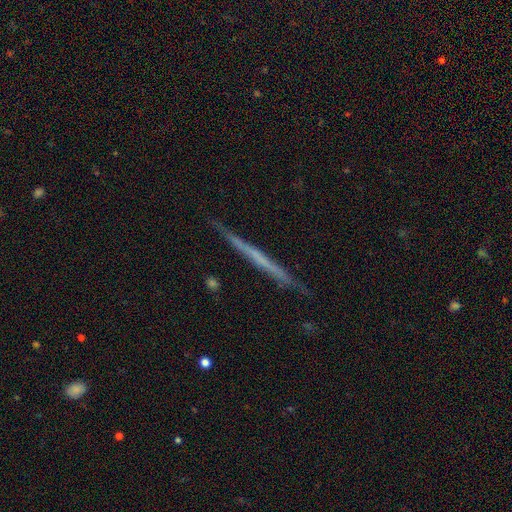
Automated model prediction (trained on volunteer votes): Overall: featured or disk (59%; smooth 35%). Edge-on disk: yes (97%). Edge-on bulge: none (89%). Merging: none (88%).